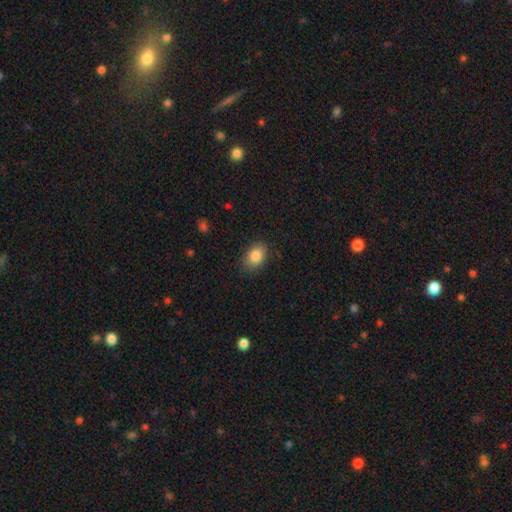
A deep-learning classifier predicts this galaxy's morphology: Smooth or featured: smooth — 85% (star or artifact — 8%)
How rounded: in between — 80% (round — 18%)
Merging: none — 81% (minor disturbance — 15%)